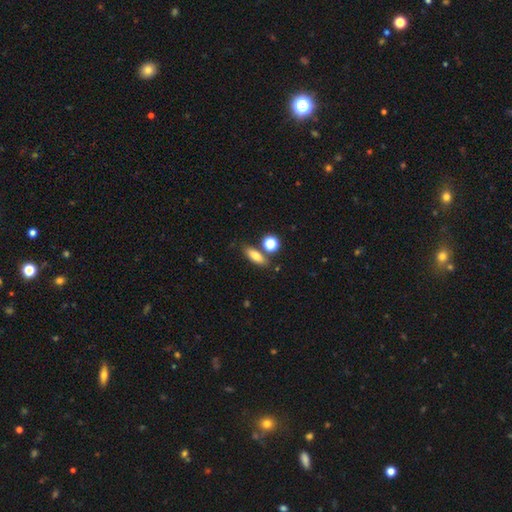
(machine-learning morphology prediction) Smooth or featured: smooth — 74% (featured or disk — 16%)
How rounded: in between — 62% (cigar-shaped — 29%)
Merging: none — 71% (merger — 13%)